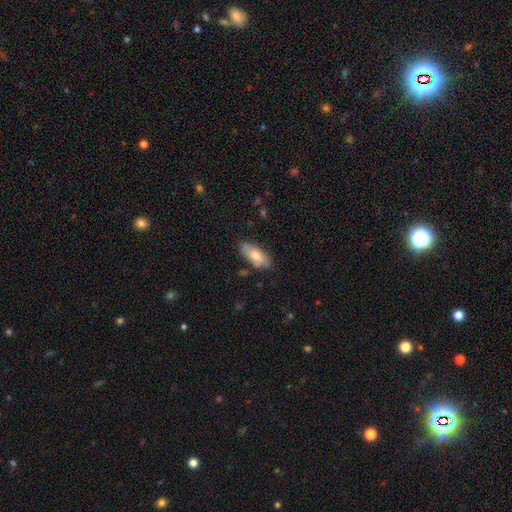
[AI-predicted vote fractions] Q: Smooth or featured?
A: smooth (77%); runner-up: featured or disk (17%)
Q: How rounded?
A: in between (84%); runner-up: cigar-shaped (14%)
Q: Merging?
A: none (74%); runner-up: minor disturbance (19%)